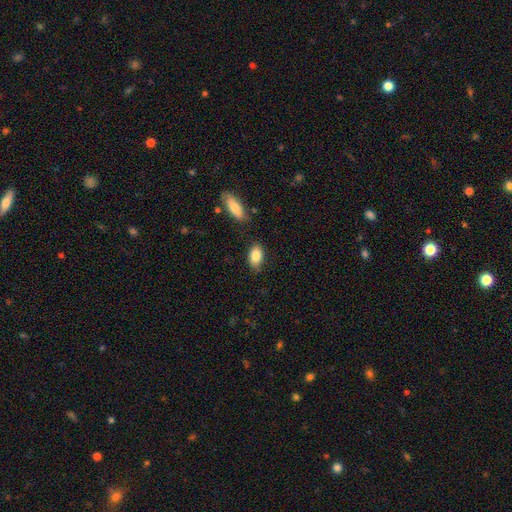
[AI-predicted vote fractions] This appears to be a smooth galaxy with no disk features (86%) that is in between round and cigar-shaped (91%). Merging: none (79%).